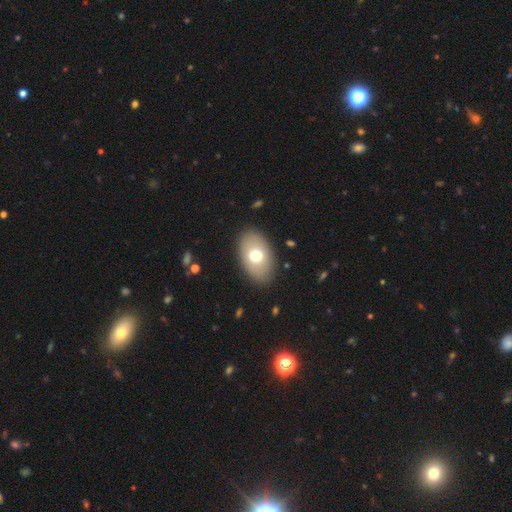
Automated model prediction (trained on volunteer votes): Smooth or featured? smooth (69%)
How rounded? in between (91%)
Merging? none (87%)